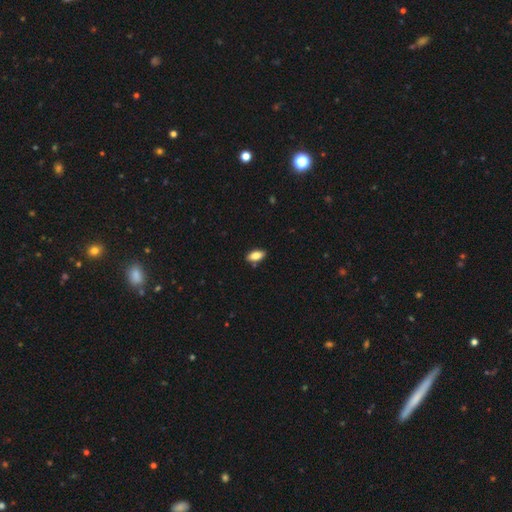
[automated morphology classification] The model was most divided on "smooth or featured": smooth: 83%, featured or disk: 10%, star or artifact: 7%. More confident: how rounded — in between (91%); merging — none (86%).